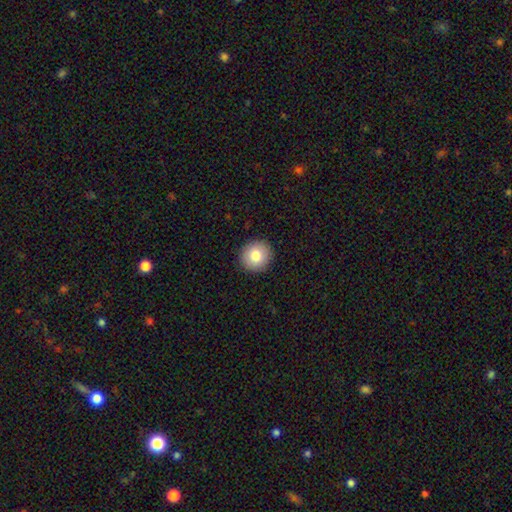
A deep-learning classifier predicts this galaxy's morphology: A smooth galaxy with no disk features (81%) that is round (91%). Merging: none (92%).